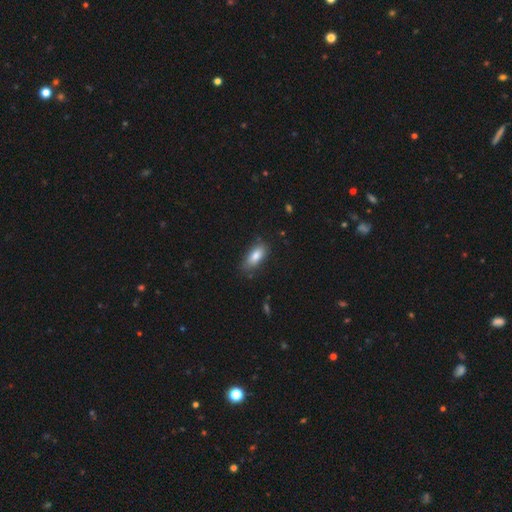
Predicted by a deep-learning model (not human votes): smooth_or_featured: smooth (p=0.82) [alt: featured or disk p=0.11]
how_rounded: in between (p=0.84) [alt: cigar-shaped p=0.13]
merging: none (p=0.72) [alt: minor disturbance p=0.21]